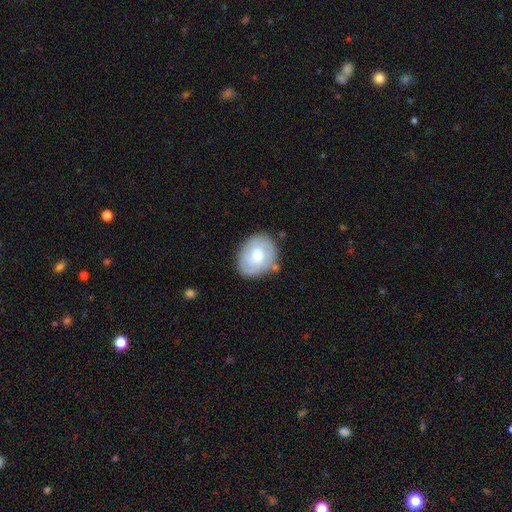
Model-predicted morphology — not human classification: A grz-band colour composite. It shows a featured or disk galaxy (56%) with no bar (65%), spiral arms (78%) and a moderate central bulge (57%). Merging: none (75%).